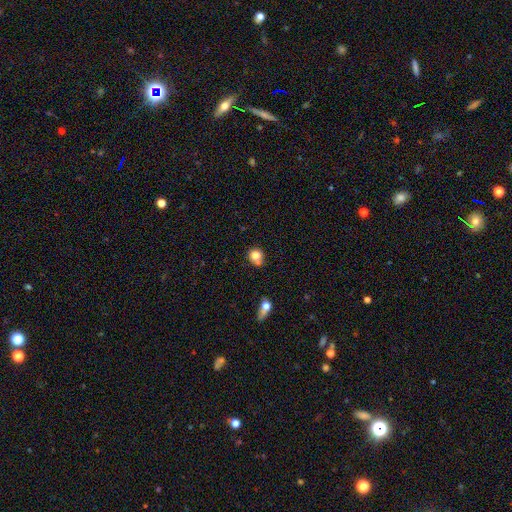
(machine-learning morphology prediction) smooth_or_featured: smooth (p=0.80) [alt: star or artifact p=0.11]
how_rounded: round (p=0.85) [alt: in between p=0.14]
merging: none (p=0.64) [alt: minor disturbance p=0.16]